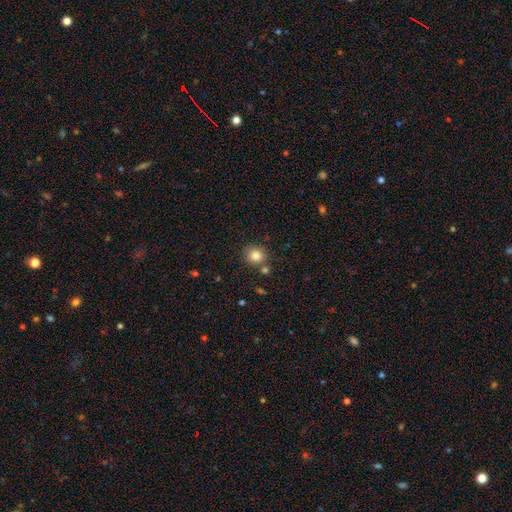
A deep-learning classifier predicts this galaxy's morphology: A smooth galaxy with no disk features (83%) that is round (83%). Merging: none (78%).